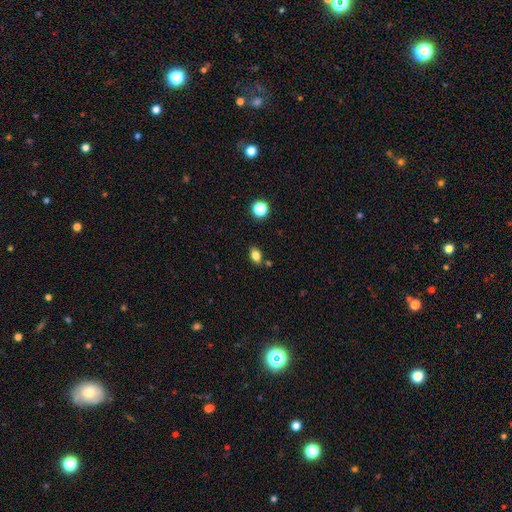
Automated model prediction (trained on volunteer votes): Q: Smooth or featured?
A: smooth (80%); runner-up: star or artifact (11%)
Q: How rounded?
A: in between (80%); runner-up: round (18%)
Q: Merging?
A: none (82%); runner-up: minor disturbance (11%)